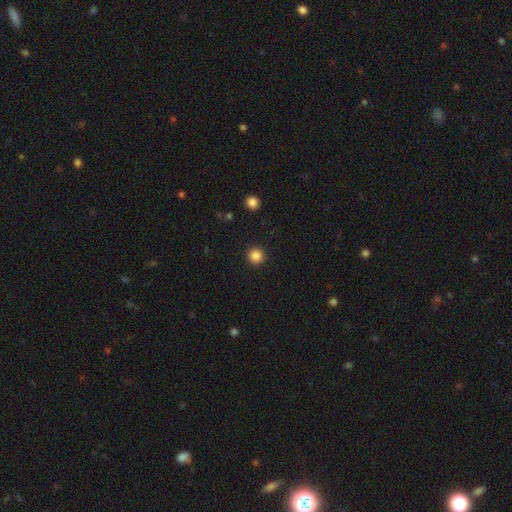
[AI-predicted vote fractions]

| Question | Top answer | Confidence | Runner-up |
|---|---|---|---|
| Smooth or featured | smooth | 86% | star or artifact (11%) |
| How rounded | round | 96% | in between (3%) |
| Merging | none | 93% | minor disturbance (4%) |